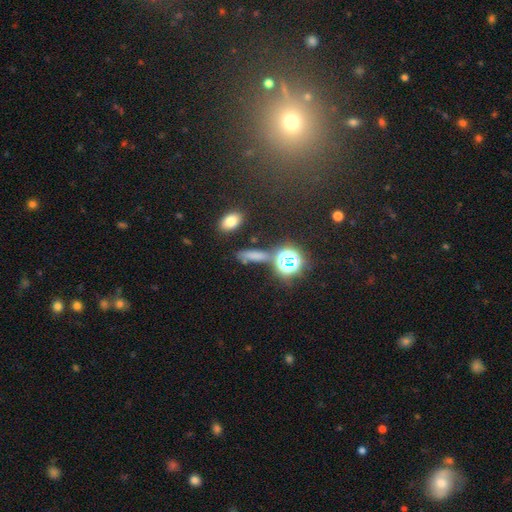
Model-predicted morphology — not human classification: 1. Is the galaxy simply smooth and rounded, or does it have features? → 58% smooth, 31% star or artifact, 11% featured or disk.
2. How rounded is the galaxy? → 50% cigar-shaped, 30% in between, 20% round.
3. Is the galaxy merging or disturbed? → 72% none, 12% minor disturbance, 10% merger, 6% major disturbance.